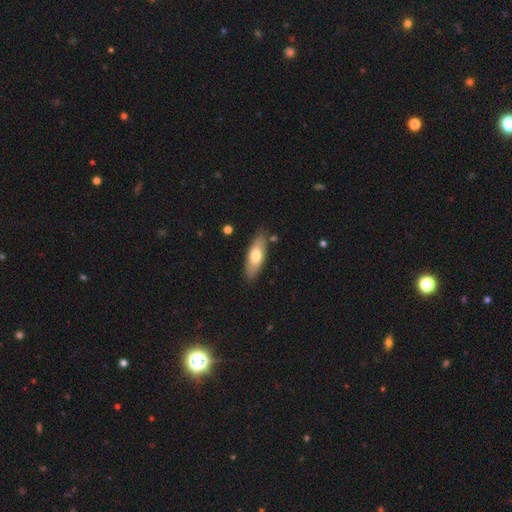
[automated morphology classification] smooth_or_featured: smooth (p=0.68) [alt: featured or disk p=0.27]
how_rounded: in between (p=0.65) [alt: cigar-shaped p=0.33]
merging: none (p=0.84) [alt: minor disturbance p=0.11]